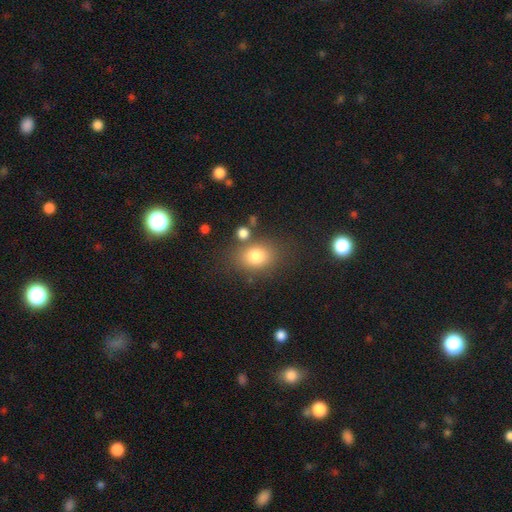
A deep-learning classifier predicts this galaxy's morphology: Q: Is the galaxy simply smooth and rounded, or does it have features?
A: smooth — 78%.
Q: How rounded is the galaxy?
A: in between — 55%.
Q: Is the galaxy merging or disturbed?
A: none — 72%.